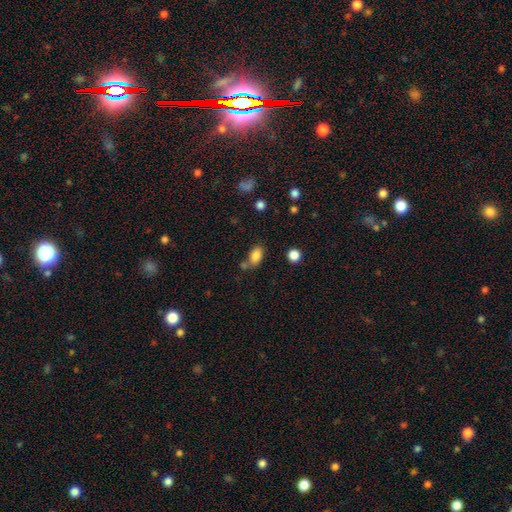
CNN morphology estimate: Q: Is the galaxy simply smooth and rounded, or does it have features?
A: smooth — 84%.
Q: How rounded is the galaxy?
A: in between — 88%.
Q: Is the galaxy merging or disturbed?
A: none — 57%.